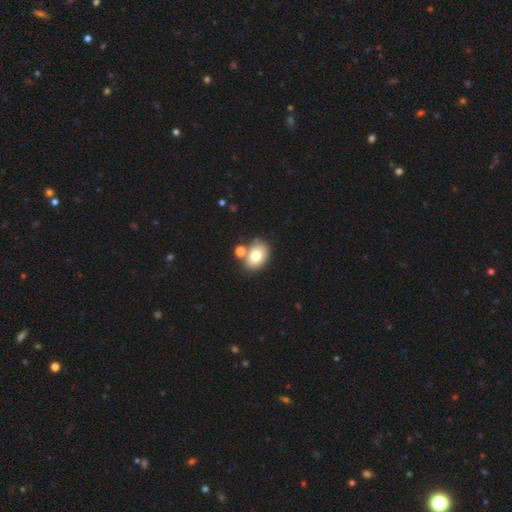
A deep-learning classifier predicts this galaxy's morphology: A smooth galaxy with no disk features (76%) that is in between round and cigar-shaped (71%).

Vote fractions:
- Smooth or featured? smooth: 76% / featured or disk: 14% / star or artifact: 10%
- How rounded? in between: 71% / round: 28% / cigar-shaped: 1%
- Merging? none: 68% / merger: 17% / minor disturbance: 11% / major disturbance: 3%